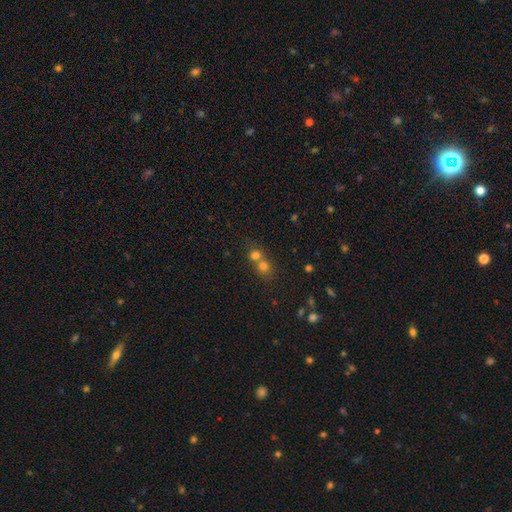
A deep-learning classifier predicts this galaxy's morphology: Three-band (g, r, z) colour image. It shows a smooth galaxy with no disk features (72%) that is round (81%). Merging: merger (59%).